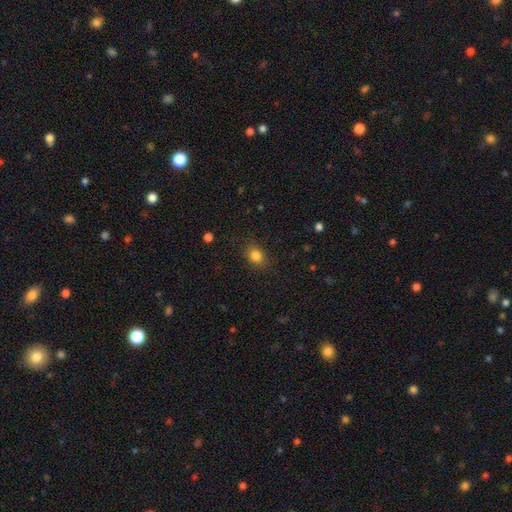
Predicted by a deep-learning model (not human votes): Smooth or featured?
  - smooth: 83% *
  - star or artifact: 11%
  - featured or disk: 6%
How rounded?
  - in between: 51% *
  - round: 48%
  - cigar-shaped: 1%
Merging?
  - none: 83% *
  - minor disturbance: 12%
  - major disturbance: 4%
  - merger: 1%